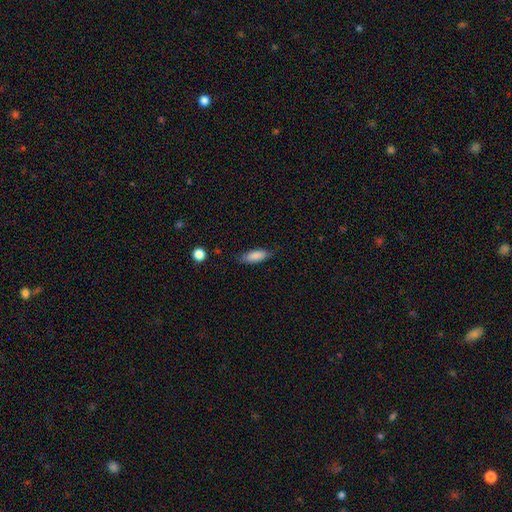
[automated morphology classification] The model was most divided on "how rounded": in between: 70%, cigar-shaped: 28%, round: 2%. More confident: smooth or featured — smooth (85%); merging — none (77%).